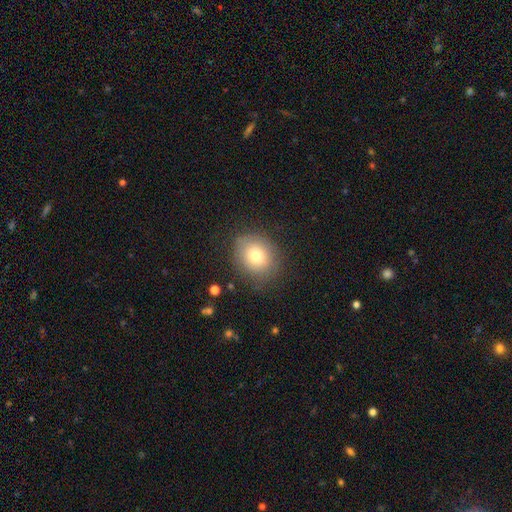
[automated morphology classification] Smooth or featured?
  - smooth: 75% *
  - featured or disk: 14%
  - star or artifact: 11%
How rounded?
  - round: 71% *
  - in between: 28%
  - cigar-shaped: 1%
Merging?
  - none: 80% *
  - minor disturbance: 14%
  - major disturbance: 5%
  - merger: 1%